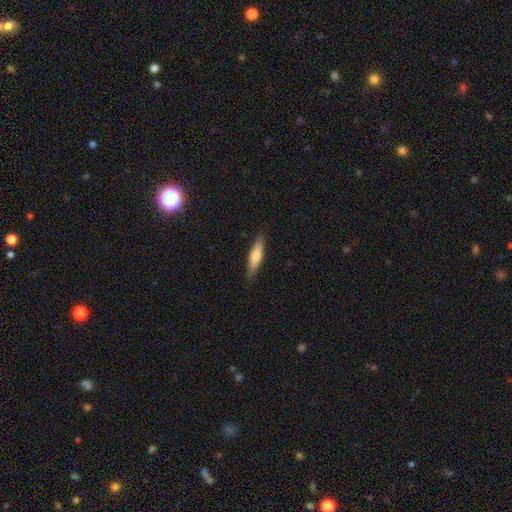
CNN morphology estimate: Overall: smooth (64%; featured or disk 30%). How rounded: cigar-shaped (73%). Merging: none (86%).